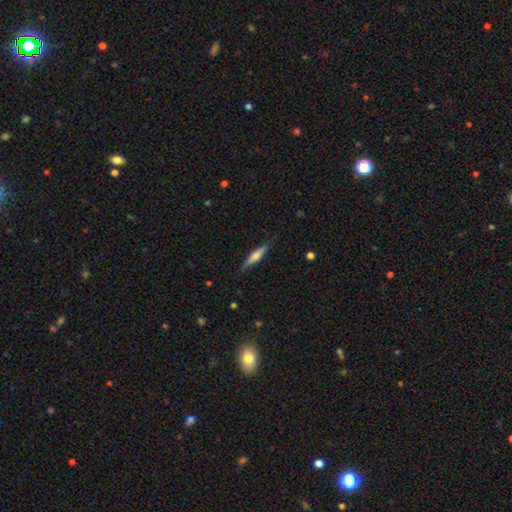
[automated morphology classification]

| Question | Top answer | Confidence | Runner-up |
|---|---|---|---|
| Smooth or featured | featured or disk | 48% | smooth (46%) |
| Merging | none | 84% | minor disturbance (12%) |